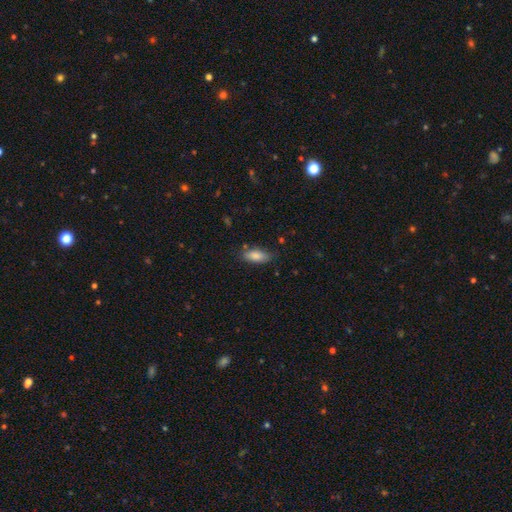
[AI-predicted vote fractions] smooth_or_featured: smooth (p=0.84) [alt: featured or disk p=0.09]
how_rounded: in between (p=0.81) [alt: cigar-shaped p=0.17]
merging: none (p=0.76) [alt: minor disturbance p=0.18]